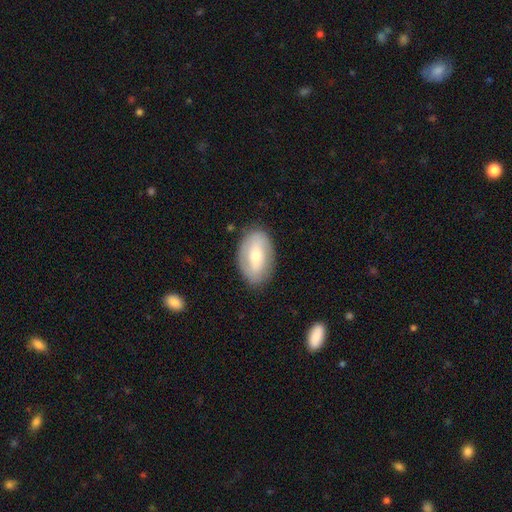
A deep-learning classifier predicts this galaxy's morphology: Smooth or featured? Predicted: smooth (p=0.48). Merging? Predicted: none (p=0.82).